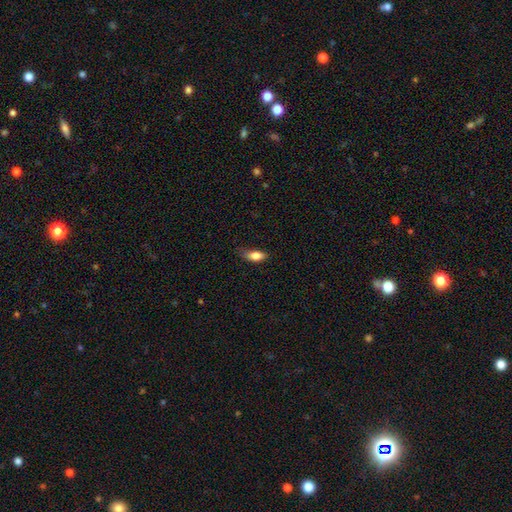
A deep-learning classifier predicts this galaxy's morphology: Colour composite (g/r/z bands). It shows a smooth galaxy with no disk features (81%) that is in between round and cigar-shaped (80%). Merging: none (58%).